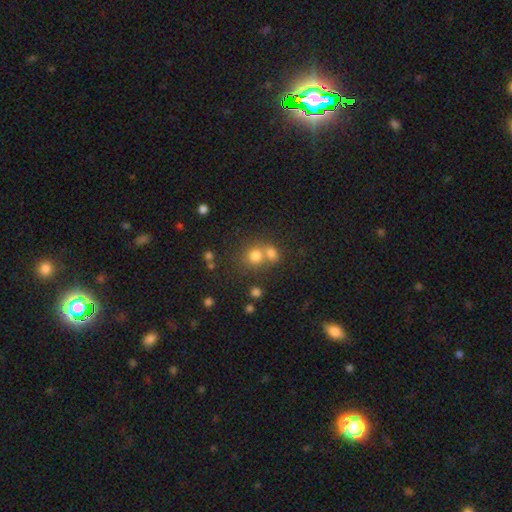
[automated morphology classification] smooth 75%, star or artifact 15%, featured or disk 10%. Down the decision tree: how rounded — round (80%); merging — merger (48%).